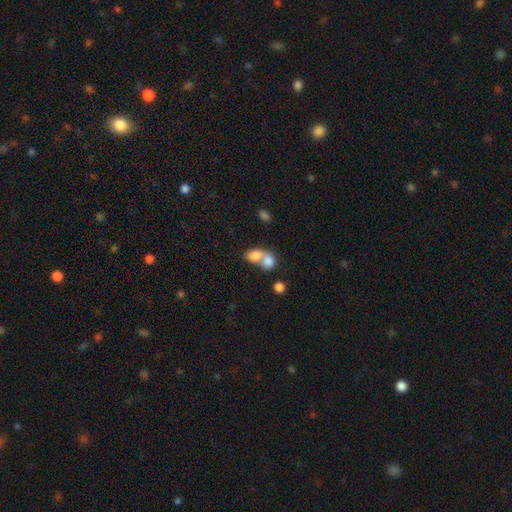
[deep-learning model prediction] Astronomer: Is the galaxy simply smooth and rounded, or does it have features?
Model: smooth — 79%.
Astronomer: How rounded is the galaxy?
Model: in between — 65%.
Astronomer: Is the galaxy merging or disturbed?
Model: merger — 74%.